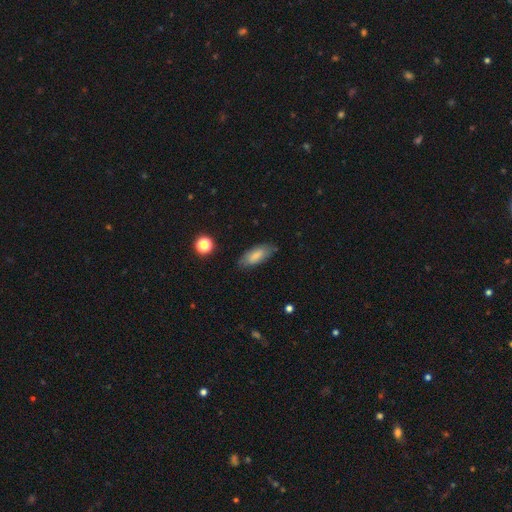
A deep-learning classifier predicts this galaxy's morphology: A smooth galaxy with no disk features (78%) that is in between round and cigar-shaped (80%).

Vote fractions:
- Smooth or featured? smooth: 78% / featured or disk: 14% / star or artifact: 7%
- How rounded? in between: 80% / cigar-shaped: 18% / round: 2%
- Merging? none: 78% / minor disturbance: 17% / major disturbance: 4% / merger: 2%